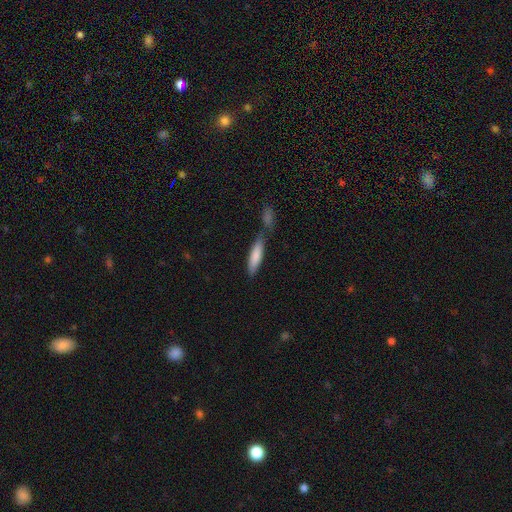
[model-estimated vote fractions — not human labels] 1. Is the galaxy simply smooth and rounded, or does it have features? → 80% smooth, 14% featured or disk, 6% star or artifact.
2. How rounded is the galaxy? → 72% cigar-shaped, 27% in between, 2% round.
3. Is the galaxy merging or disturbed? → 51% none, 28% merger, 16% minor disturbance, 5% major disturbance.